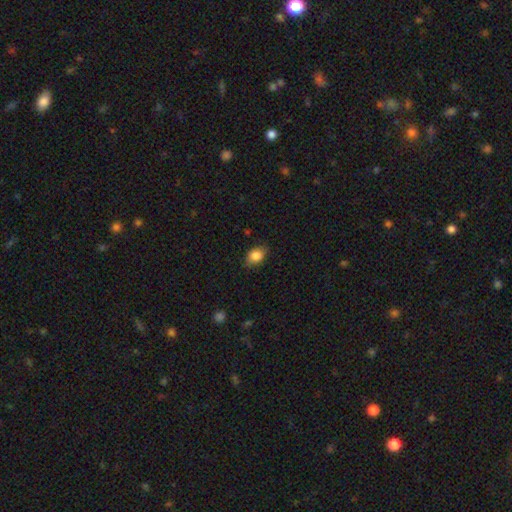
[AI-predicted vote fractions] Smooth or featured?
  - smooth: 85% *
  - star or artifact: 8%
  - featured or disk: 7%
How rounded?
  - in between: 71% *
  - round: 28%
  - cigar-shaped: 1%
Merging?
  - none: 80% *
  - minor disturbance: 15%
  - major disturbance: 3%
  - merger: 1%